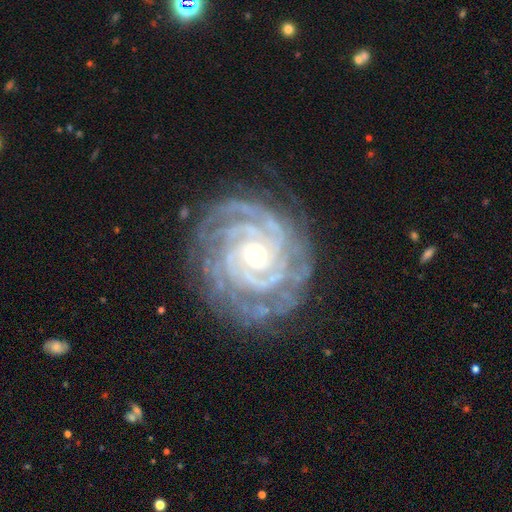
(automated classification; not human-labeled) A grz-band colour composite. It shows a featured or disk galaxy (92%) with no bar (72%), 4 (25%) tight (82%) spiral arms (98%) and a small central bulge (63%). Merging: none (80%).